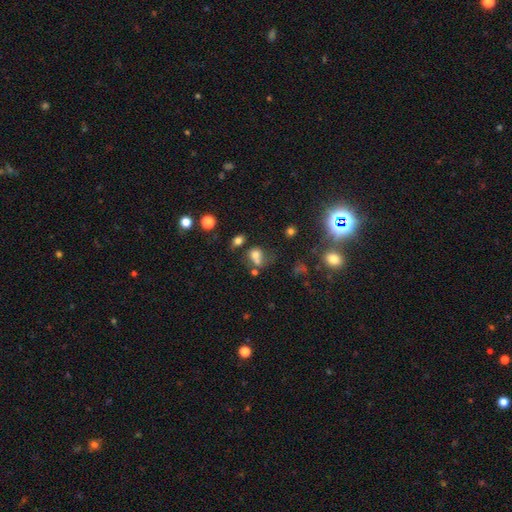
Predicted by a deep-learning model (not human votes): Smooth or featured? Predicted: smooth (p=0.69). How rounded? Predicted: round (p=0.50). Merging? Predicted: merger (p=0.41).